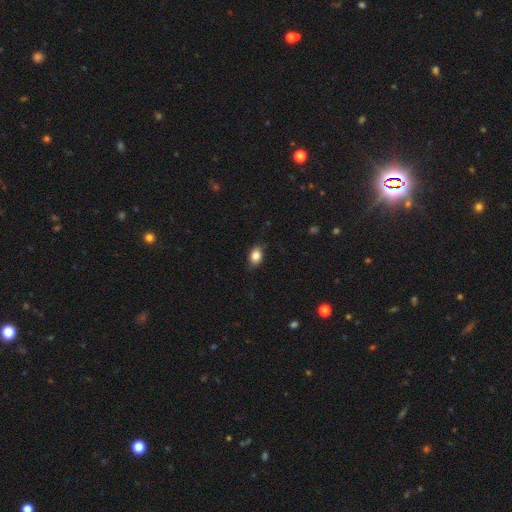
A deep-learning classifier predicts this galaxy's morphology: type=smooth (85%); roundness=in between (76%); merging=none (82%).